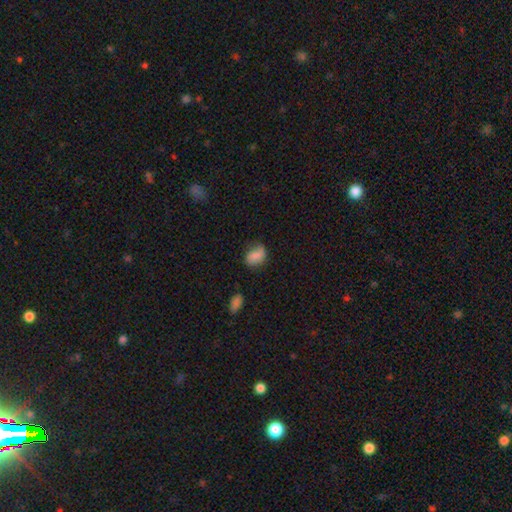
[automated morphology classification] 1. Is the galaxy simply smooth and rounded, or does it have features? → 80% smooth, 11% featured or disk, 9% star or artifact.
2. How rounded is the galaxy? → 77% in between, 21% round, 2% cigar-shaped.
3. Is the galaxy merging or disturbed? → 56% none, 31% minor disturbance, 10% major disturbance, 3% merger.